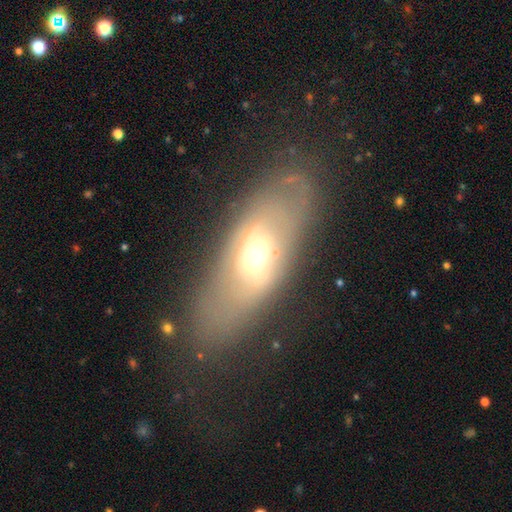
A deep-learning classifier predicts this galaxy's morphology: featured or disk 58%, smooth 33%, star or artifact 9%. Down the decision tree: edge-on disk — no (77%); merging — none (73%).